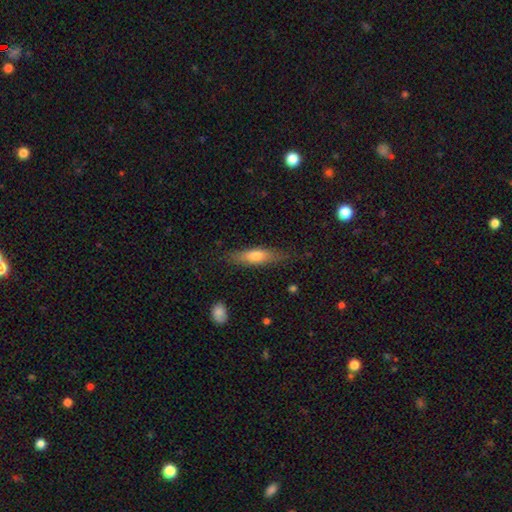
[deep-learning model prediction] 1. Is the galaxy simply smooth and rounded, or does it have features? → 64% smooth, 30% featured or disk, 6% star or artifact.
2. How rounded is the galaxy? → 64% cigar-shaped, 34% in between, 2% round.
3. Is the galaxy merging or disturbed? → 76% none, 18% minor disturbance, 5% major disturbance, 2% merger.